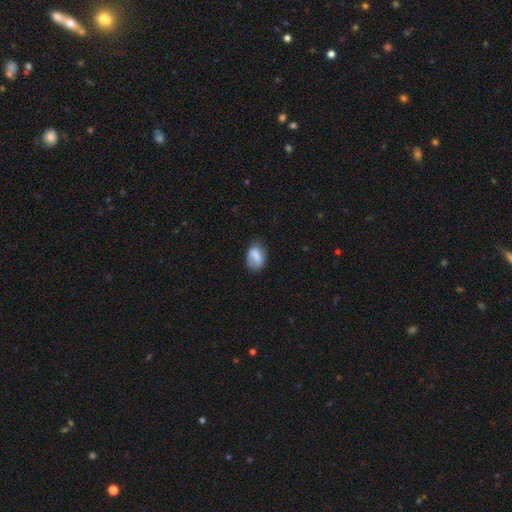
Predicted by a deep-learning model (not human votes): This is likely a smooth galaxy (78%). How rounded: clearly in between (82%). Merging: likely none (66%).